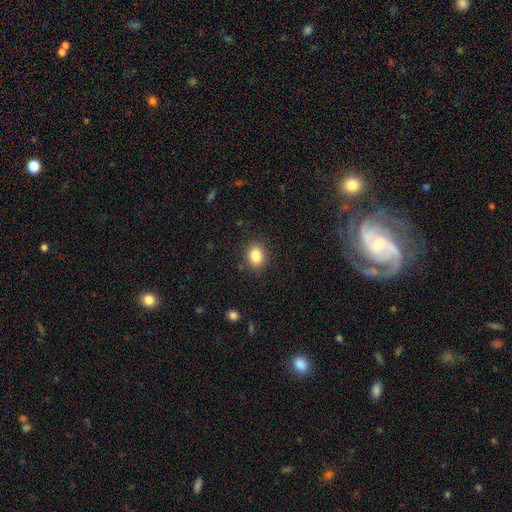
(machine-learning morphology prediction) Smooth or featured? Predicted: smooth (p=0.84). How rounded? Predicted: in between (p=0.50). Merging? Predicted: none (p=0.86).